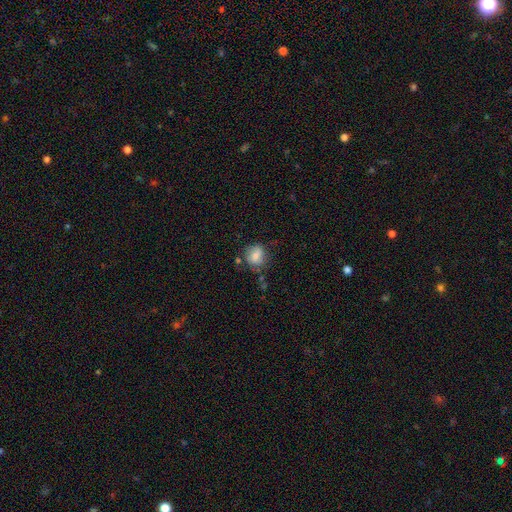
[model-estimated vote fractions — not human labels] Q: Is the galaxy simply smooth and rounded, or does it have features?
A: smooth — 76%.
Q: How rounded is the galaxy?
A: round — 68%.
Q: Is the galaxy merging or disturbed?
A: none — 64%.